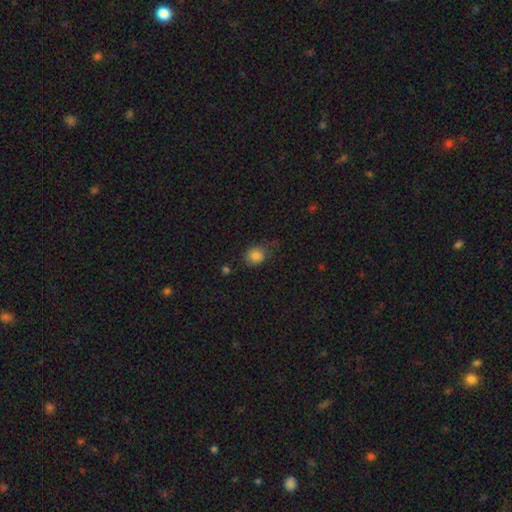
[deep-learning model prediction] Overall: smooth (82%). How rounded: round (68%; in between 31%). Merging: none (63%; minor disturbance 25%).